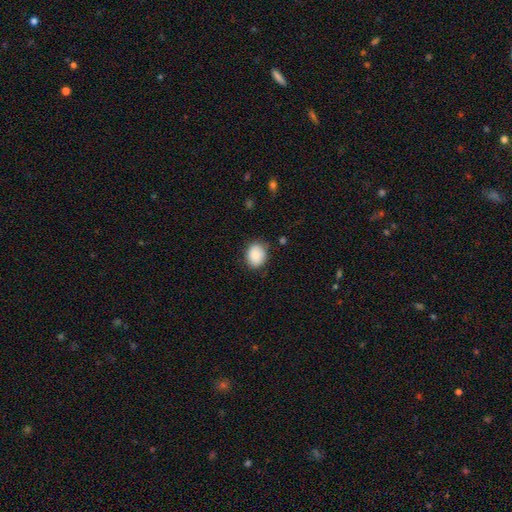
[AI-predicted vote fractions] Smooth or featured: smooth — 87% (star or artifact — 7%)
How rounded: in between — 50% (round — 49%)
Merging: none — 78% (minor disturbance — 17%)